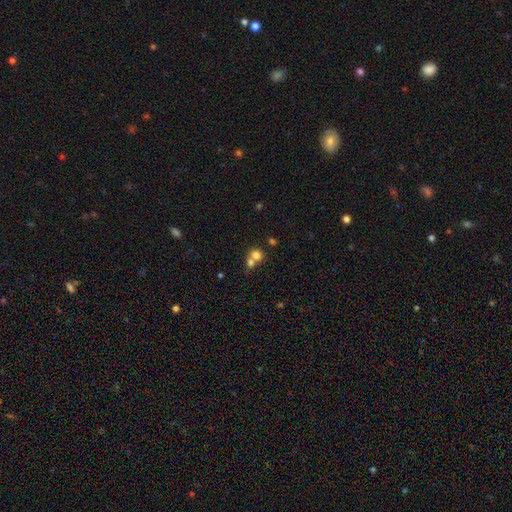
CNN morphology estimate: A smooth galaxy with no disk features (74%) that is round (72%). Merging: merger (58%).